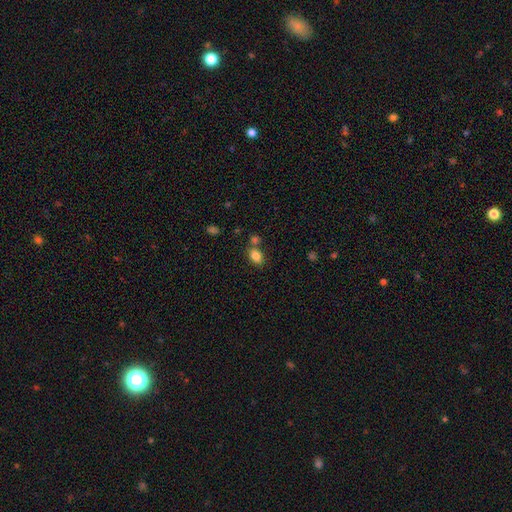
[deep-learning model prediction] The model was most divided on "merging": none: 63%, merger: 22%, minor disturbance: 12%, major disturbance: 4%. More confident: smooth or featured — smooth (84%); how rounded — in between (79%).